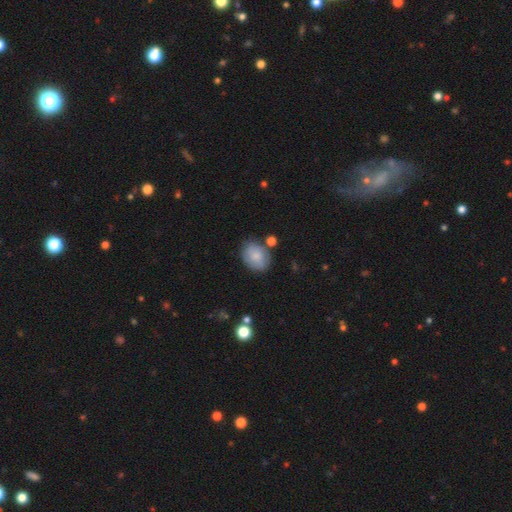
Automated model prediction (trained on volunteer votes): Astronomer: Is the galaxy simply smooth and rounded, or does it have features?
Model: smooth — 79%.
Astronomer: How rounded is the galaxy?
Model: in between — 65%.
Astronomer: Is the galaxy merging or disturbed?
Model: none — 73%.